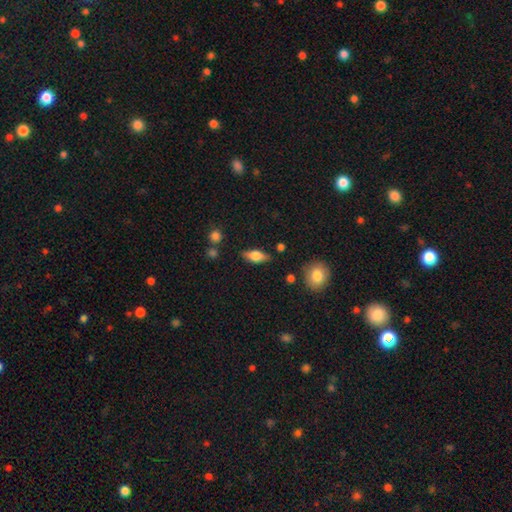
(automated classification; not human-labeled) smooth_or_featured: smooth (p=0.59) [alt: featured or disk p=0.34]
how_rounded: in between (p=0.77) [alt: cigar-shaped p=0.19]
merging: none (p=0.82) [alt: minor disturbance p=0.12]